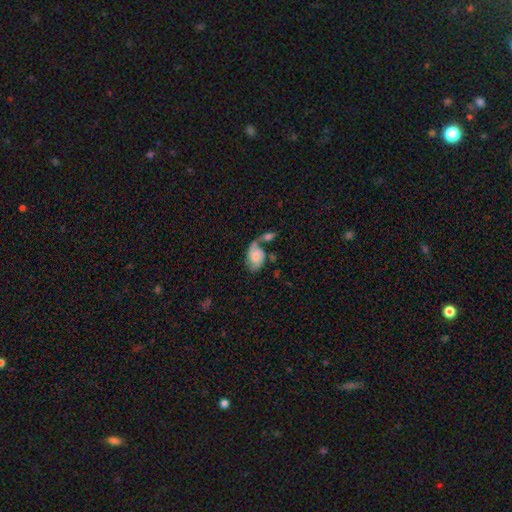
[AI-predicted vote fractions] Smooth or featured? featured or disk (58%)
Edge-on disk? no (96%)
Bar? no (71%)
Spiral arms? yes (85%)
Bulge size? small (38%)
Merging? merger (37%)